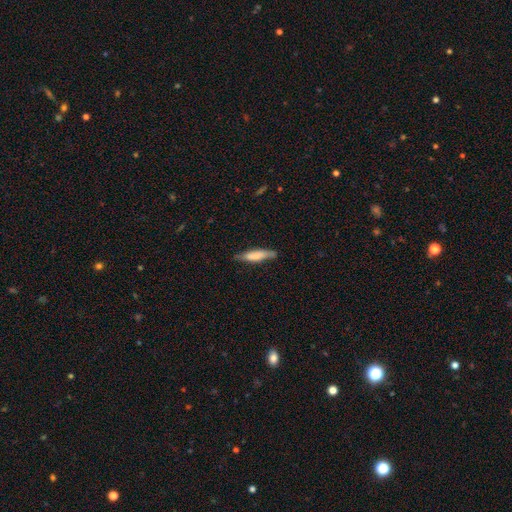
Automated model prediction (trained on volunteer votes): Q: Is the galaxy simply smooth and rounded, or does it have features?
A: smooth — 69%.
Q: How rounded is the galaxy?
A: cigar-shaped — 77%.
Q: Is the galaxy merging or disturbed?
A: none — 71%.